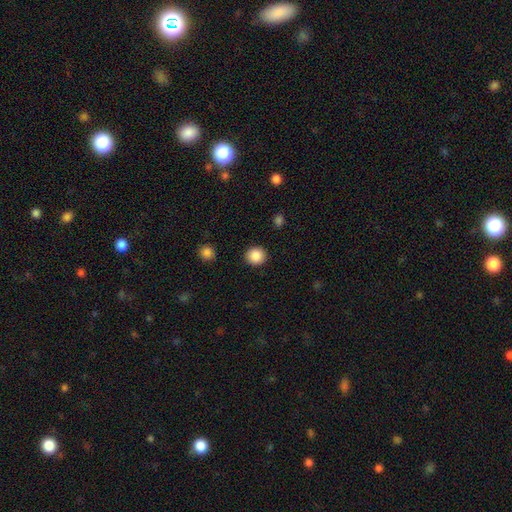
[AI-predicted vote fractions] Smooth or featured?
  - smooth: 88% *
  - star or artifact: 9%
  - featured or disk: 3%
How rounded?
  - round: 92% *
  - in between: 7%
  - cigar-shaped: 1%
Merging?
  - none: 91% *
  - minor disturbance: 5%
  - major disturbance: 2%
  - merger: 1%